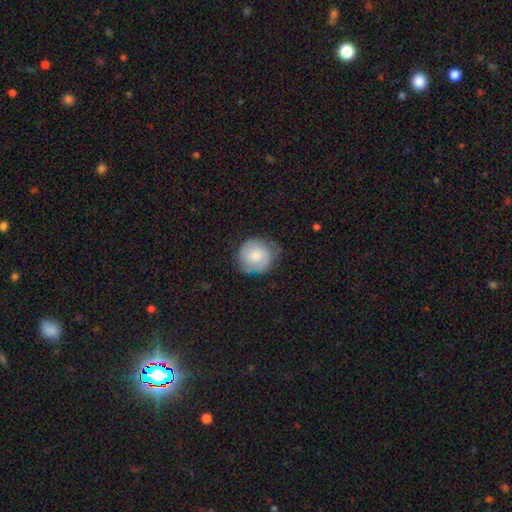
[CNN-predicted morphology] A smooth galaxy with no disk features (65%) that is round (88%). Merging: none (63%).